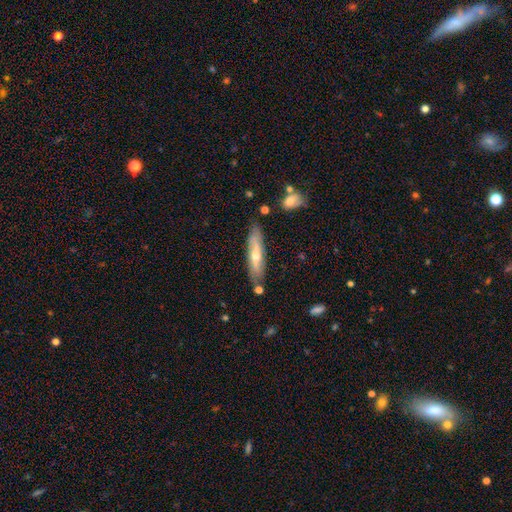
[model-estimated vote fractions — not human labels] Smooth or featured? featured or disk (56%)
Edge-on disk? yes (70%)
Merging? none (79%)